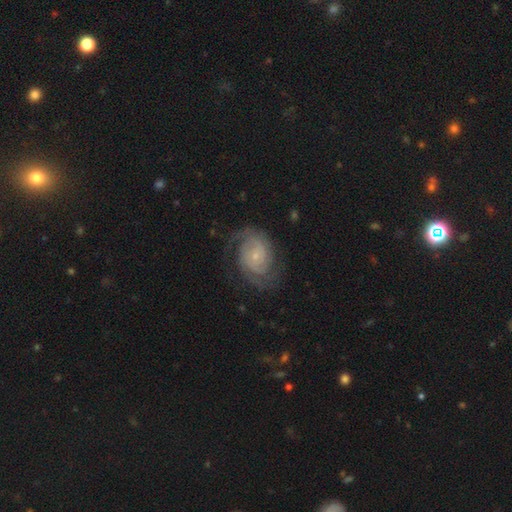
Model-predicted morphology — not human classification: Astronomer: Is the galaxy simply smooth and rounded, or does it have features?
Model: featured or disk — 84%.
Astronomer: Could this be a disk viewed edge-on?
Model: no — 98%.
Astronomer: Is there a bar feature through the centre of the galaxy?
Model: no — 70%.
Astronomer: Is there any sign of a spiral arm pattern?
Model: yes — 96%.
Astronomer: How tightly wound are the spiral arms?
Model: tight — 50% (runner-up: medium, 37%).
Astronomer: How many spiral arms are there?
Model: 2 — 62%.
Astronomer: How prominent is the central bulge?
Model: small — 80%.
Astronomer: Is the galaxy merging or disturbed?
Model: none — 71%.